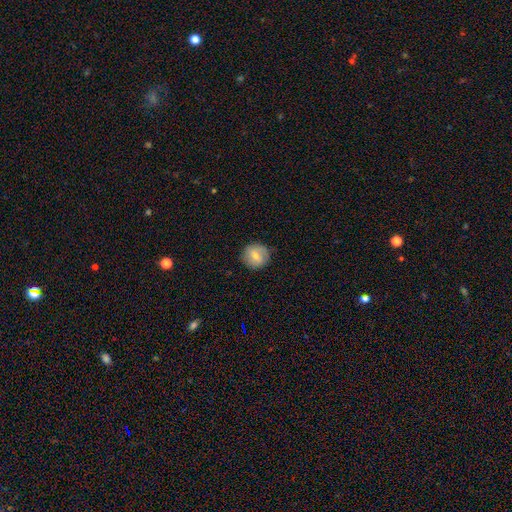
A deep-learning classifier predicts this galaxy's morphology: smooth 66%, featured or disk 27%, star or artifact 8%. Down the decision tree: how rounded — round (89%); merging — none (83%).